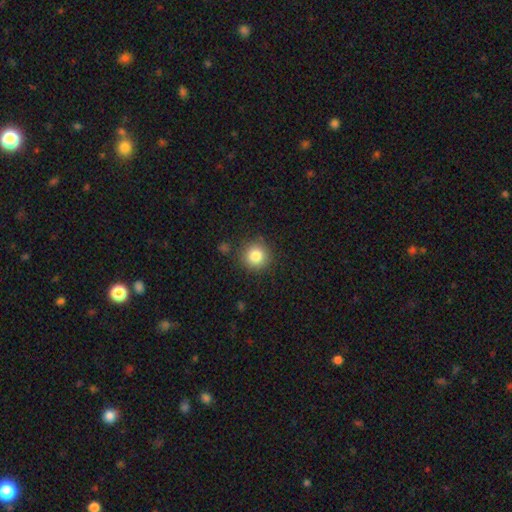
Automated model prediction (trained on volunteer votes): smooth-or-featured: smooth: 83% | star or artifact: 11% | featured or disk: 7%
  how-rounded: round: 94% | in between: 5% | cigar-shaped: 1%
  merging: none: 88% | minor disturbance: 8% | major disturbance: 3% | merger: 2%